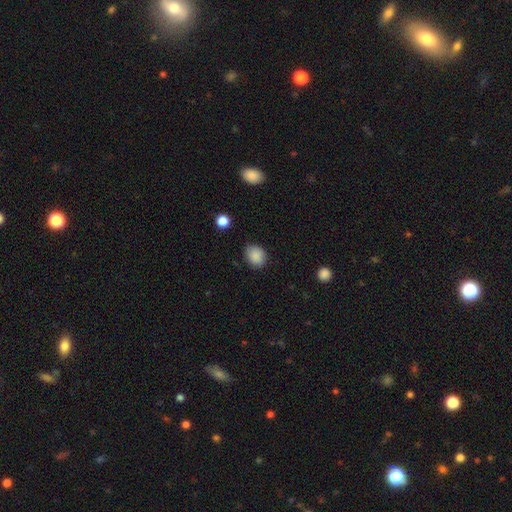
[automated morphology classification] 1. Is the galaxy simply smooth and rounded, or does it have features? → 87% smooth, 9% star or artifact, 4% featured or disk.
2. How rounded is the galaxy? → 53% round, 46% in between, 1% cigar-shaped.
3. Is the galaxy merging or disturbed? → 81% none, 14% minor disturbance, 3% major disturbance, 1% merger.